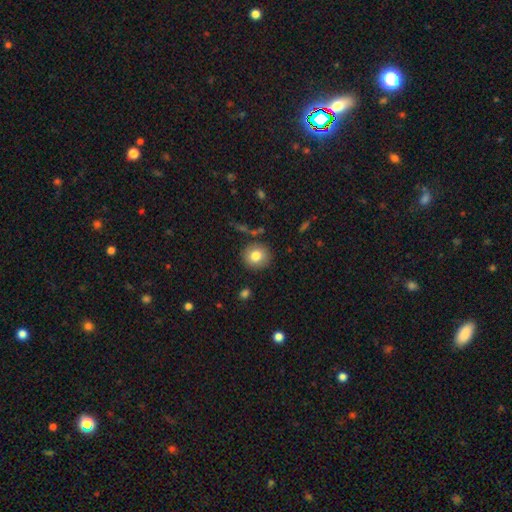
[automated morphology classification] smooth-or-featured: smooth: 80% | featured or disk: 10% | star or artifact: 9%
  how-rounded: round: 90% | in between: 9% | cigar-shaped: 1%
  merging: none: 87% | minor disturbance: 8% | major disturbance: 3% | merger: 2%